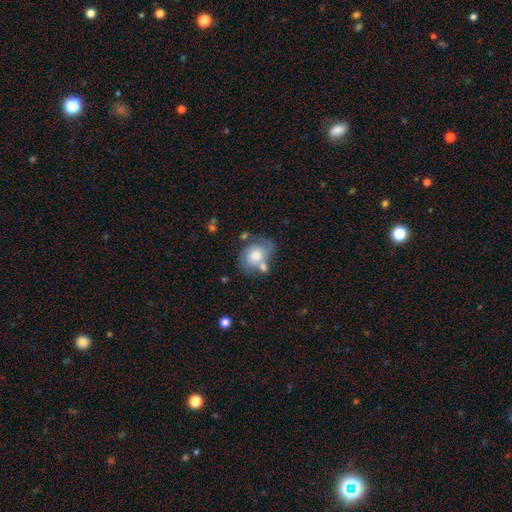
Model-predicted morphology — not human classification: This is possibly a smooth galaxy (47%). Merging: marginally none (44%).